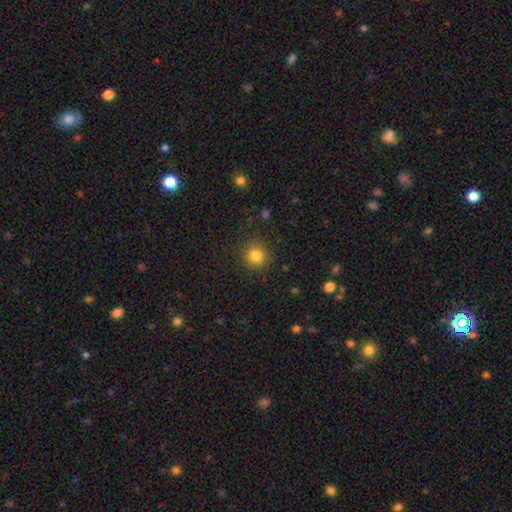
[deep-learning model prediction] Q: Smooth or featured?
A: smooth (82%); runner-up: star or artifact (12%)
Q: How rounded?
A: round (92%); runner-up: in between (7%)
Q: Merging?
A: none (89%); runner-up: minor disturbance (7%)